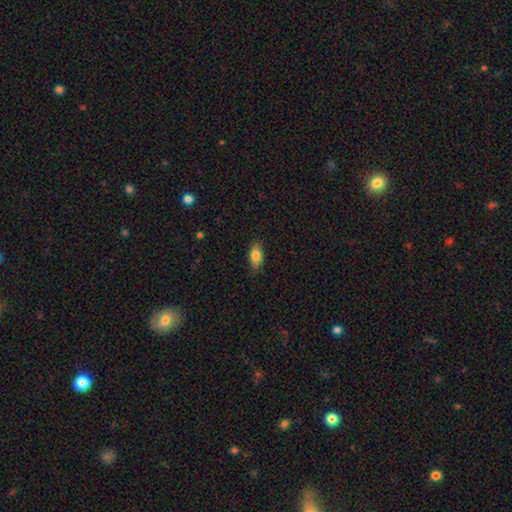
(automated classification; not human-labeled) smooth_or_featured: smooth (p=0.82) [alt: featured or disk p=0.10]
how_rounded: in between (p=0.88) [alt: cigar-shaped p=0.06]
merging: none (p=0.85) [alt: minor disturbance p=0.12]